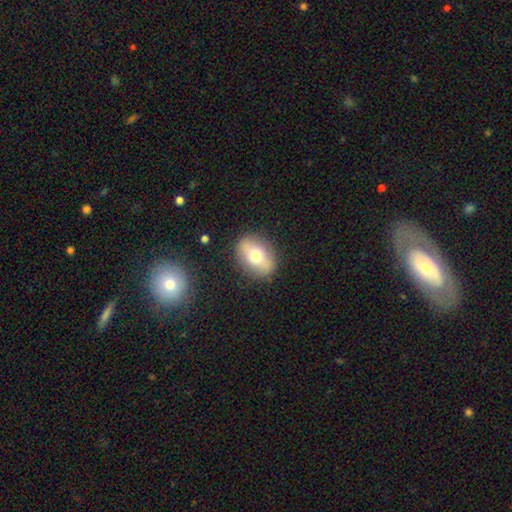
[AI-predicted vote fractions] Smooth or featured: smooth — 62% (featured or disk — 30%)
How rounded: in between — 65% (round — 32%)
Merging: none — 86% (minor disturbance — 10%)